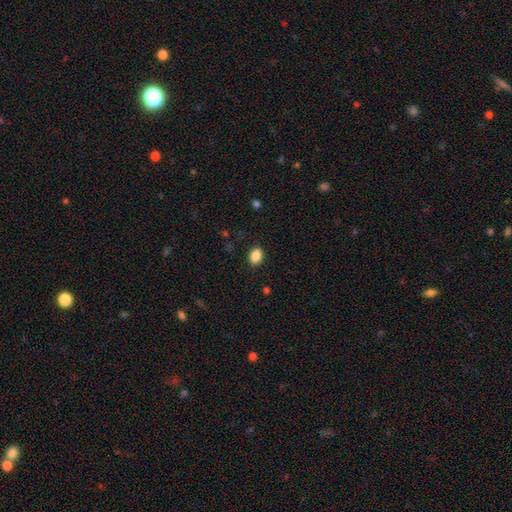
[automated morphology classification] This appears to be a smooth galaxy with no disk features (88%) that is in between round and cigar-shaped (70%). Merging: none (88%).